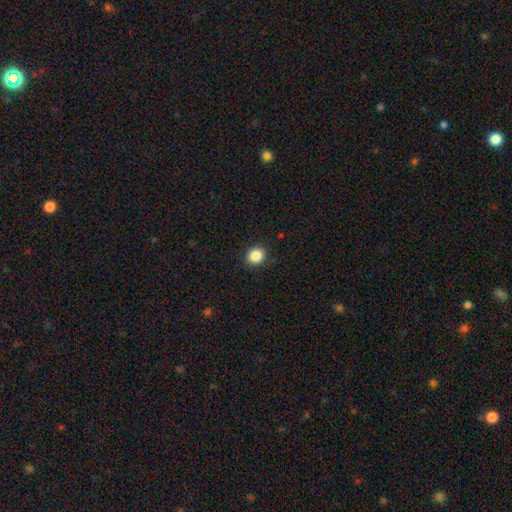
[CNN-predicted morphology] type=smooth (86%); roundness=round (73%); merging=none (90%).